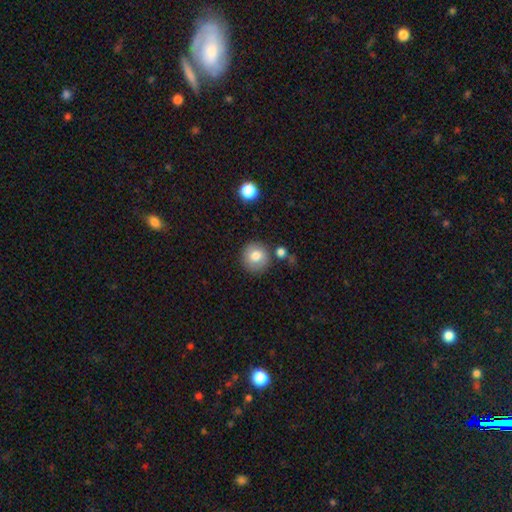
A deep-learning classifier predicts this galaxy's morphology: smooth_or_featured: smooth (p=0.79) [alt: featured or disk p=0.12]
how_rounded: round (p=0.92) [alt: in between p=0.07]
merging: none (p=0.83) [alt: minor disturbance p=0.09]